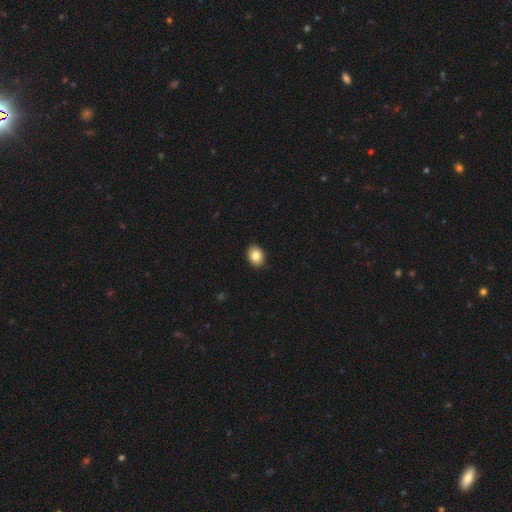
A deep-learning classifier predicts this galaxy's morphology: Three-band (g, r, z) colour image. It shows a smooth galaxy with no disk features (82%) that is in between round and cigar-shaped (61%). Merging: none (90%).